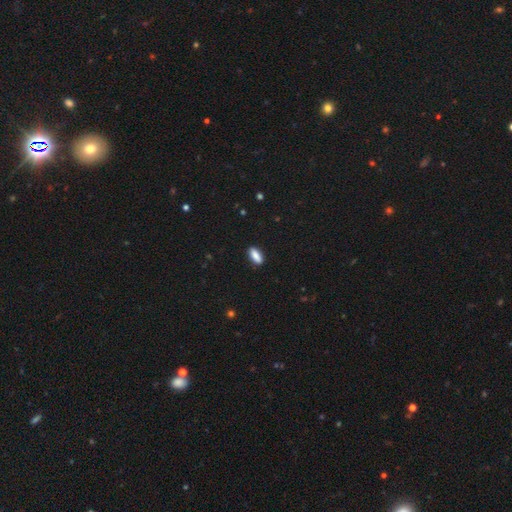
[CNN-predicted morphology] smooth-or-featured: smooth: 86% | featured or disk: 7% | star or artifact: 7%
  how-rounded: in between: 71% | cigar-shaped: 26% | round: 3%
  merging: none: 88% | minor disturbance: 9% | major disturbance: 2% | merger: 1%